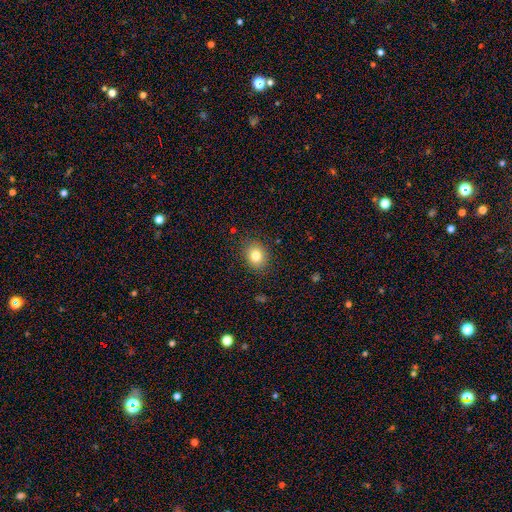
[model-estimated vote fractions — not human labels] Smooth or featured? smooth (82%)
How rounded? round (61%)
Merging? none (88%)